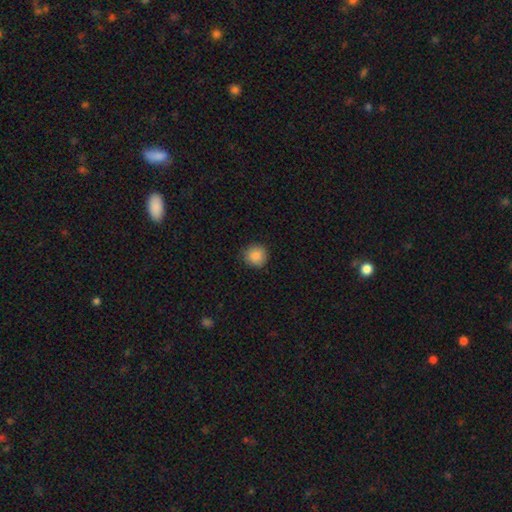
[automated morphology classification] Smooth or featured? smooth (88%)
How rounded? round (92%)
Merging? none (88%)